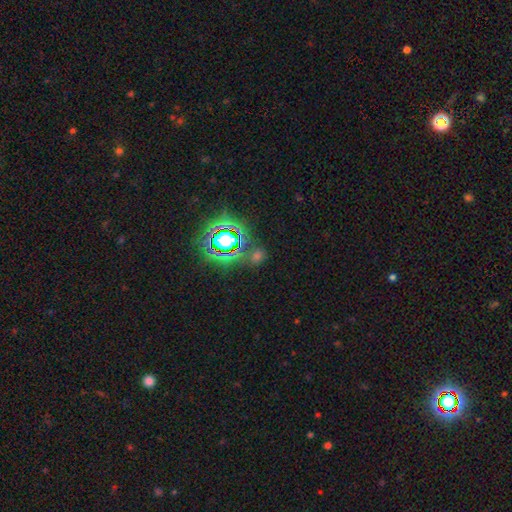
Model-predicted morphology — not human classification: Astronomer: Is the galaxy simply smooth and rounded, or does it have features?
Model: star or artifact — 63%.